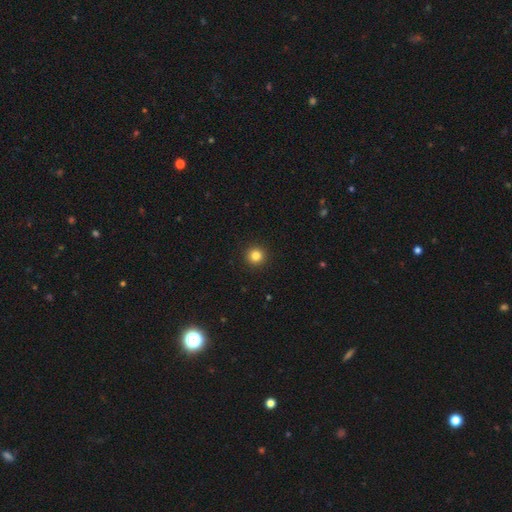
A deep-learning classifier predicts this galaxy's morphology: A smooth galaxy with no disk features (83%) that is round (96%). Merging: none (94%).